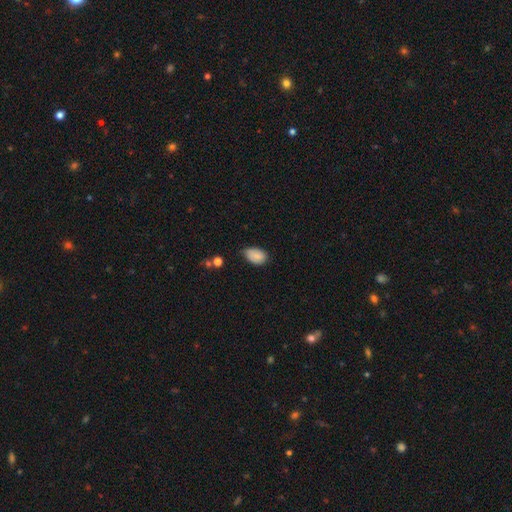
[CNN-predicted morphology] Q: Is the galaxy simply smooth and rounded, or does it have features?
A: smooth — 81%.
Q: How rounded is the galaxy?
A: in between — 86%.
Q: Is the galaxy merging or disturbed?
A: none — 52%.